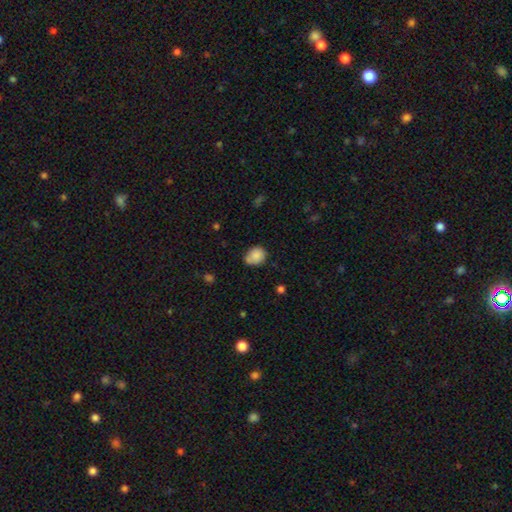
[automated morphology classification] Smooth or featured: smooth — 84% (star or artifact — 8%)
How rounded: round — 56% (in between — 43%)
Merging: none — 60% (minor disturbance — 31%)